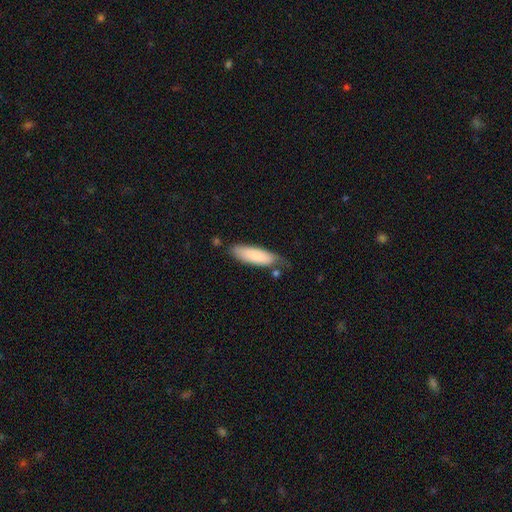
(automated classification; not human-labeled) The model was most divided on "how rounded": cigar-shaped: 50%, in between: 49%, round: 1%. More confident: smooth or featured — smooth (83%); merging — none (61%).